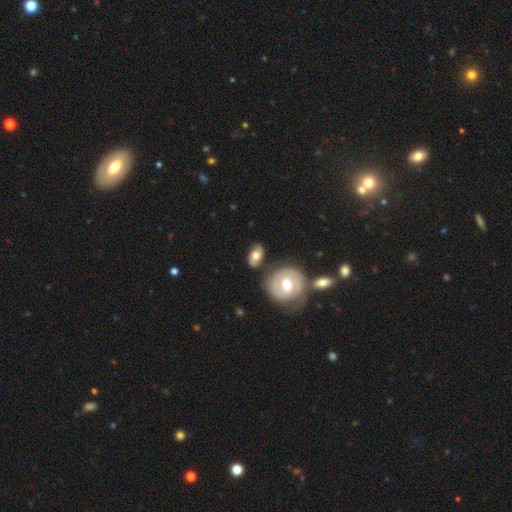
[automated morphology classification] smooth 58%, featured or disk 35%, star or artifact 7%. Down the decision tree: how rounded — in between (81%); merging — none (72%).